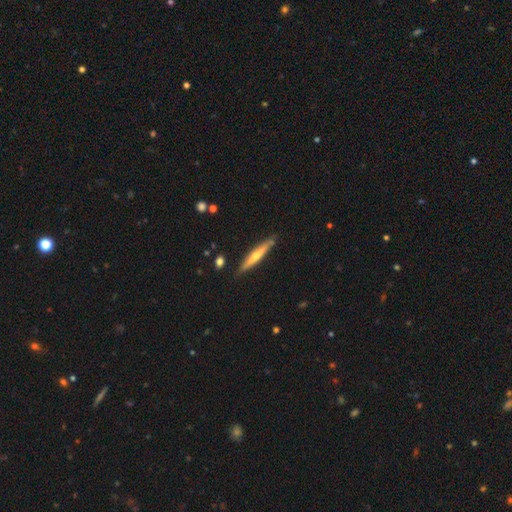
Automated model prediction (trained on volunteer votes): Morphology: type=featured or disk (56%); edge-on=yes (95%); edge-on bulge=rounded (69%); merging=none (88%).